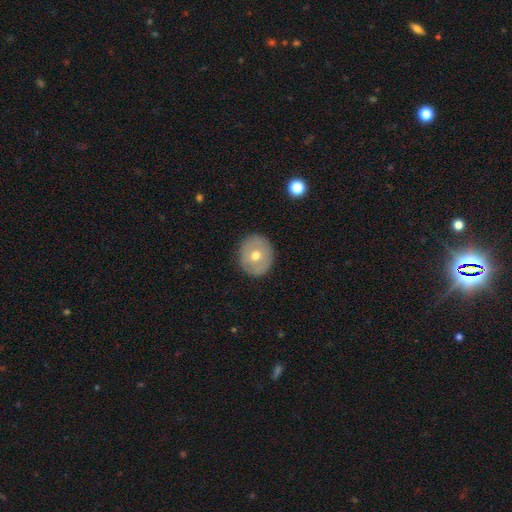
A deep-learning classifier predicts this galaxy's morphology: Smooth or featured? smooth (56%)
How rounded? round (80%)
Merging? none (88%)